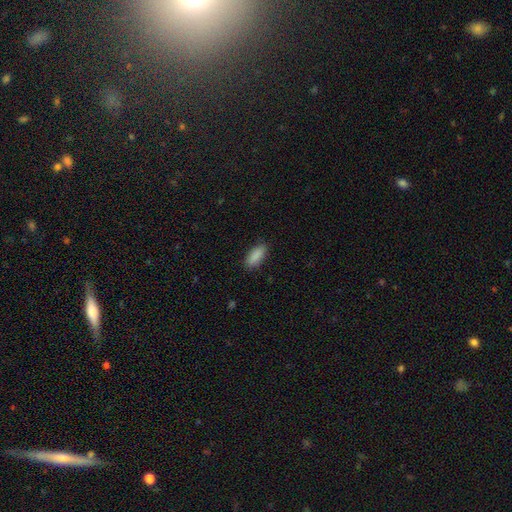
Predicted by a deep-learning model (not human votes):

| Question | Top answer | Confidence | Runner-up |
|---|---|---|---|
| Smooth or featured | smooth | 89% | star or artifact (7%) |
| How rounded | in between | 82% | cigar-shaped (16%) |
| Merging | none | 86% | minor disturbance (11%) |